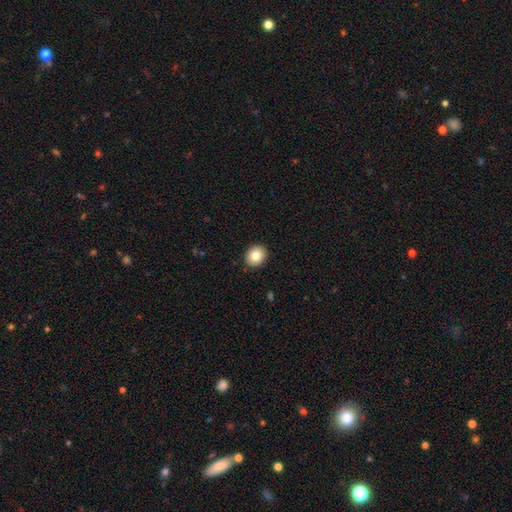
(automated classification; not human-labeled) smooth 81%, featured or disk 10%, star or artifact 9%. Down the decision tree: how rounded — round (66%); merging — none (91%).